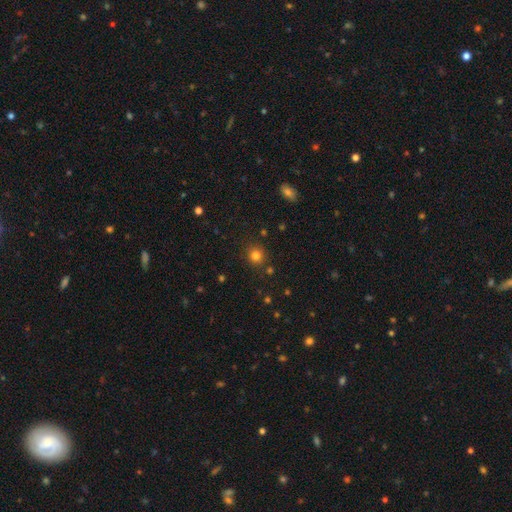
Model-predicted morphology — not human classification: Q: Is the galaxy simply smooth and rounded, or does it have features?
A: smooth — 80%.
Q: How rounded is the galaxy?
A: round — 89%.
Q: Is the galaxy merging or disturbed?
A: none — 86%.